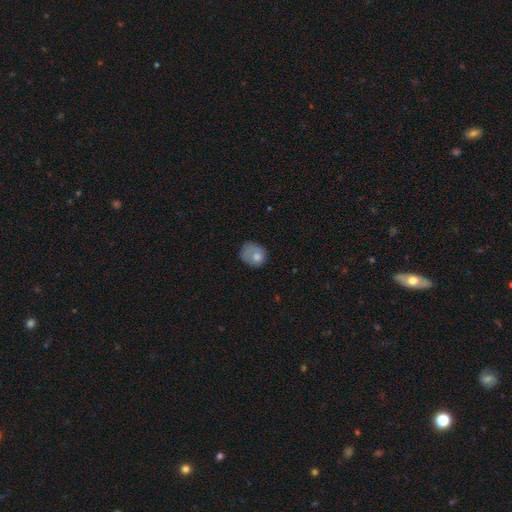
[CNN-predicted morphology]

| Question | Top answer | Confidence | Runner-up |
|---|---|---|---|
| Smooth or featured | smooth | 70% | featured or disk (22%) |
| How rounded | round | 63% | in between (36%) |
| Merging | none | 39% | minor disturbance (29%) |